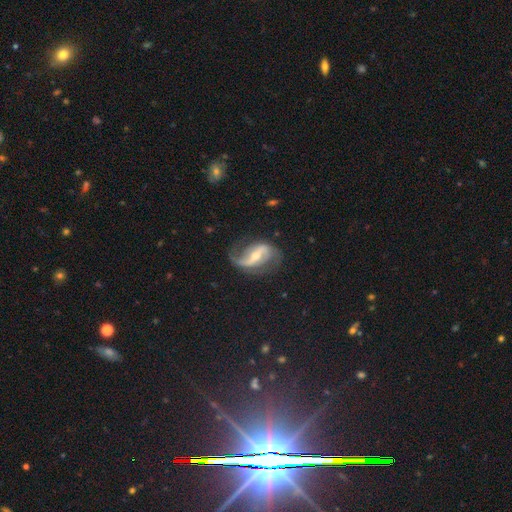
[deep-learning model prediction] Smooth or featured? featured or disk (86%)
Edge-on disk? no (96%)
Bar? strong (50%)
Spiral arms? yes (94%)
Spiral winding? loose (61%)
Spiral arm count? 2 (81%)
Bulge size? moderate (53%)
Merging? none (65%)